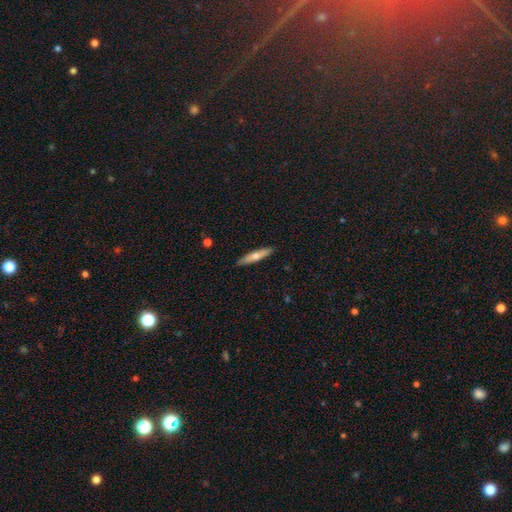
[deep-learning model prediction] smooth_or_featured: smooth (p=0.55) [alt: featured or disk p=0.39]
how_rounded: cigar-shaped (p=0.87) [alt: in between p=0.11]
merging: none (p=0.90) [alt: minor disturbance p=0.08]